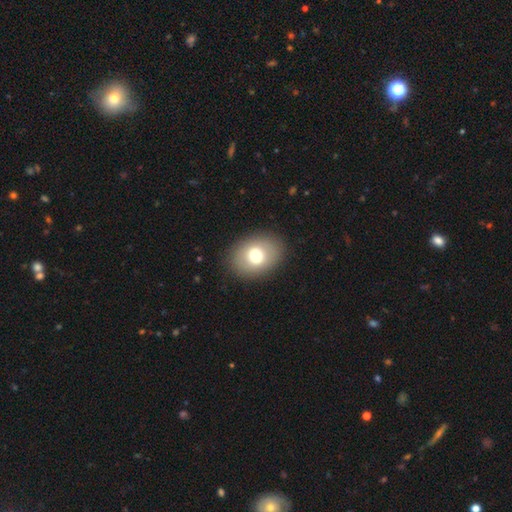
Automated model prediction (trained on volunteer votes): This appears to be a smooth galaxy with no disk features (72%) that is in between round and cigar-shaped (63%). Merging: none (88%).